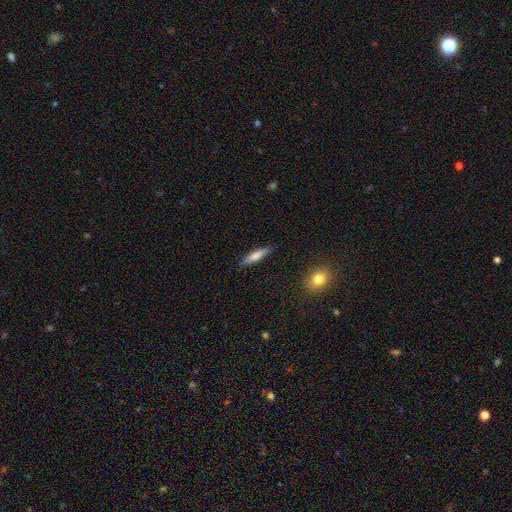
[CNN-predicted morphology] Smooth or featured? Predicted: smooth (p=0.68). How rounded? Predicted: cigar-shaped (p=0.81). Merging? Predicted: none (p=0.87).